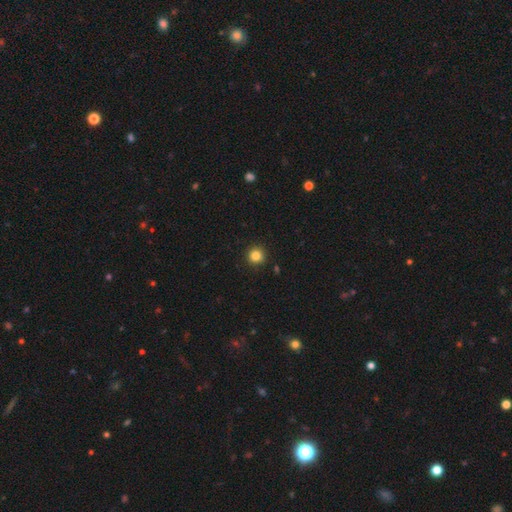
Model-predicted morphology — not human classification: smooth-or-featured: smooth: 83% | star or artifact: 12% | featured or disk: 5%
  how-rounded: round: 95% | in between: 4% | cigar-shaped: 1%
  merging: none: 92% | minor disturbance: 5% | major disturbance: 2% | merger: 1%